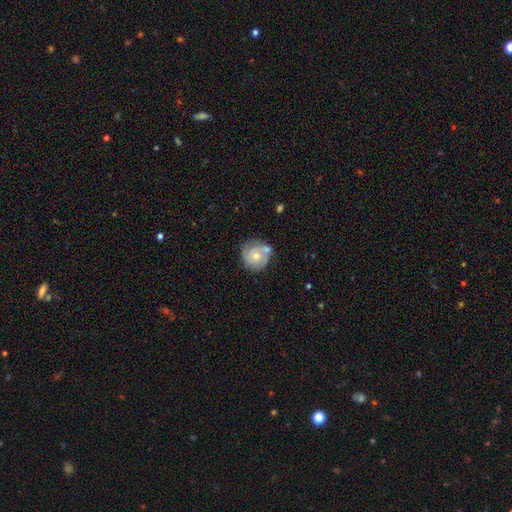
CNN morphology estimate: smooth-or-featured: featured or disk: 54% | smooth: 40% | star or artifact: 7%
  disk-edge-on: no: 97% | yes: 3%
    bar: no: 82% | weak: 16% | strong: 2%
    has-spiral-arms: yes: 74% | no: 26%
    bulge-size: small: 49% | moderate: 46% | none: 2% | large: 2% | dominant: 1%
  merging: none: 53% | merger: 21% | minor disturbance: 19% | major disturbance: 7%